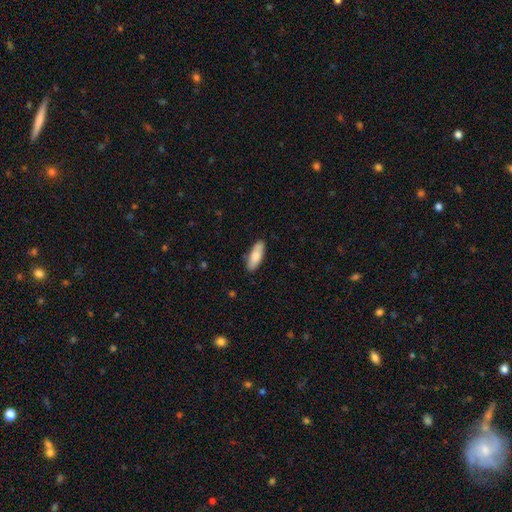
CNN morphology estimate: The model was most divided on "how rounded": in between: 70%, cigar-shaped: 29%, round: 2%. More confident: merging — none (86%); smooth or featured — smooth (82%).